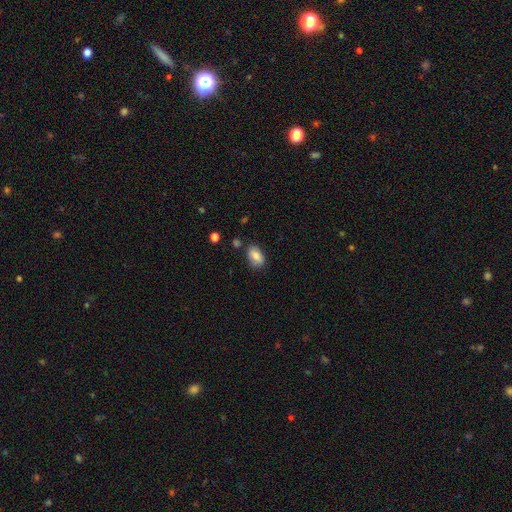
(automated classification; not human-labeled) This appears to be a smooth galaxy with no disk features (80%) that is in between round and cigar-shaped (90%). Merging: none (75%).